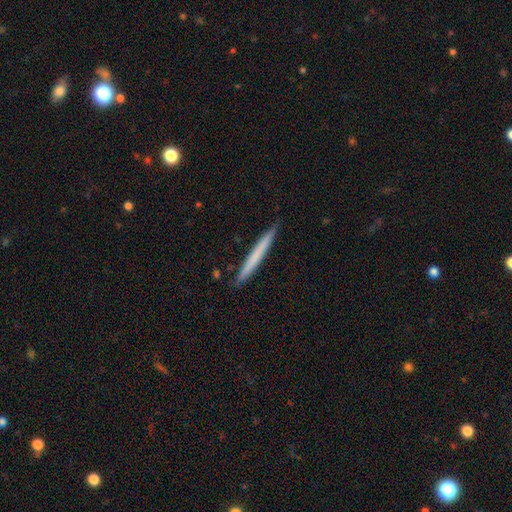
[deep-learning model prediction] smooth 63%, featured or disk 32%, star or artifact 5%. Down the decision tree: how rounded — cigar-shaped (97%); merging — none (90%).